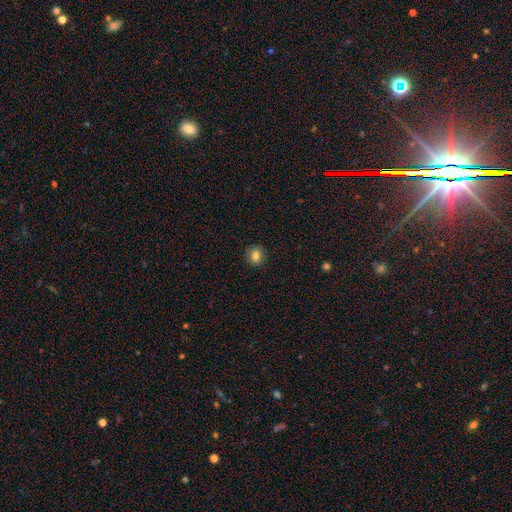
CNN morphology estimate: This is clearly a smooth galaxy (82%). How rounded: likely round (77%). Merging: clearly none (90%).